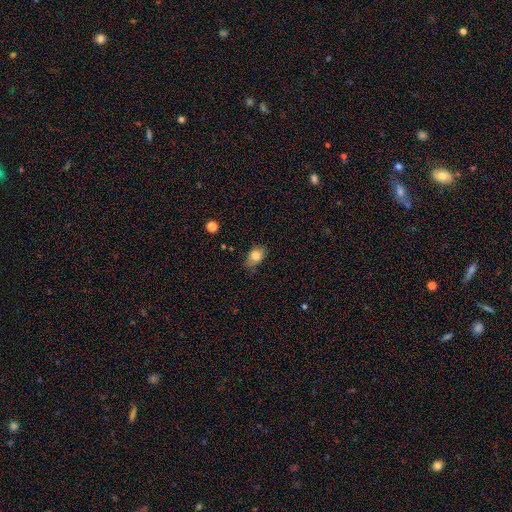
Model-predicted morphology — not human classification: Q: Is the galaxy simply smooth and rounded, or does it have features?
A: smooth — 81%.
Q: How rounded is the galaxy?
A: in between — 78%.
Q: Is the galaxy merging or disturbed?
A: none — 67%.